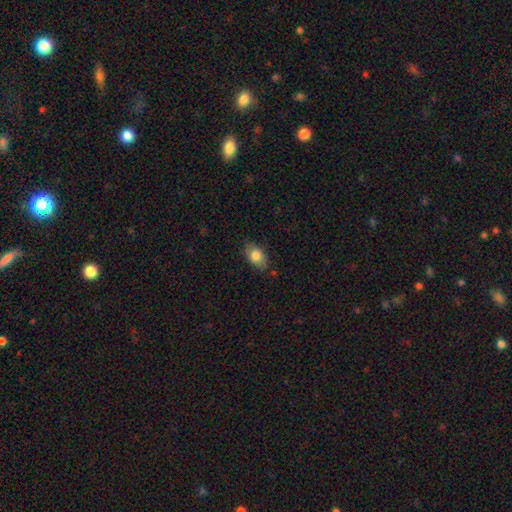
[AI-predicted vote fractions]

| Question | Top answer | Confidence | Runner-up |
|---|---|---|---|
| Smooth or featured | smooth | 80% | featured or disk (12%) |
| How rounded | in between | 88% | round (10%) |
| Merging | none | 79% | minor disturbance (16%) |